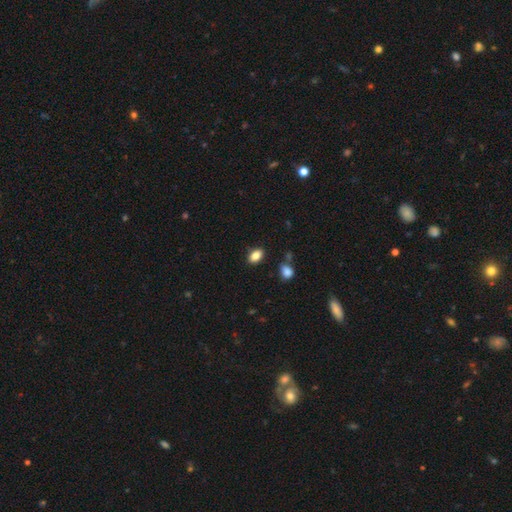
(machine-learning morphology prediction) Smooth or featured?
  - smooth: 85% *
  - star or artifact: 9%
  - featured or disk: 6%
How rounded?
  - in between: 86% *
  - round: 13%
  - cigar-shaped: 2%
Merging?
  - none: 85% *
  - minor disturbance: 10%
  - merger: 3%
  - major disturbance: 2%